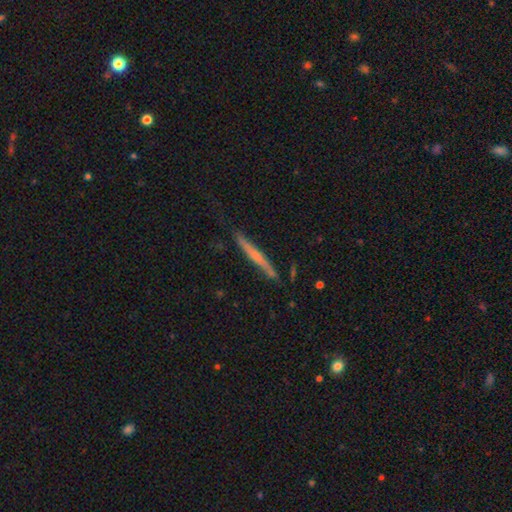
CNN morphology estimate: A featured or disk galaxy (49%). Merging: none (83%).